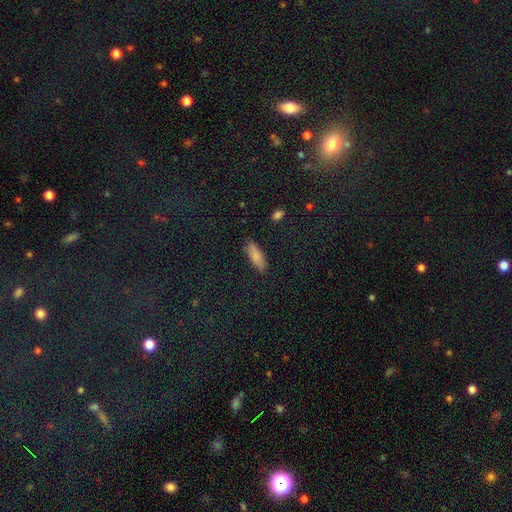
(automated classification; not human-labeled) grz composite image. It shows a smooth galaxy with no disk features (83%) that is in between round and cigar-shaped (63%). Merging: none (85%).